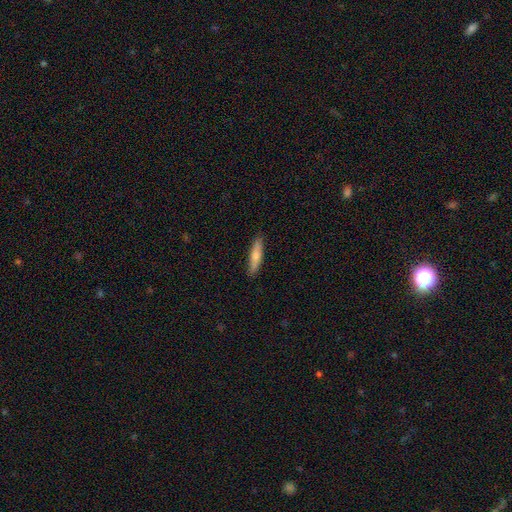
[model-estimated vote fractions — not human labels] Overall: smooth (70%). How rounded: cigar-shaped (82%). Merging: none (89%).